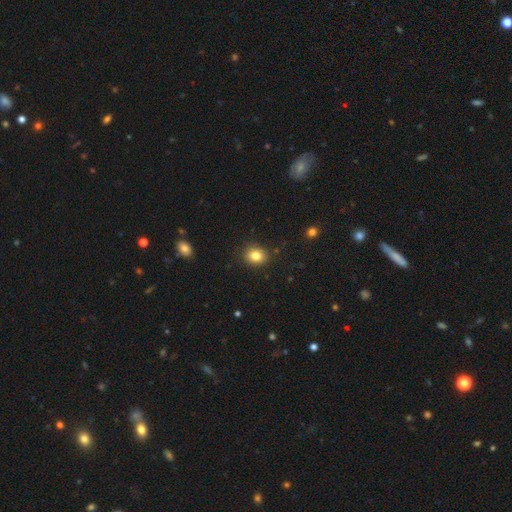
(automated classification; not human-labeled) This appears to be a smooth galaxy with no disk features (83%) that is round (62%). Merging: none (89%).